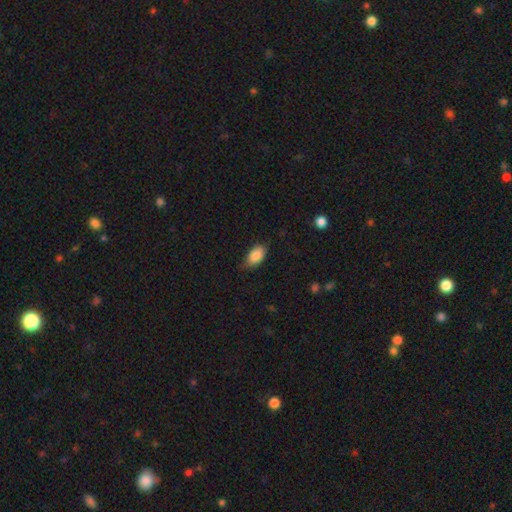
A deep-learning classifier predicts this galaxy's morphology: Smooth or featured? smooth (85%)
How rounded? in between (92%)
Merging? none (66%)